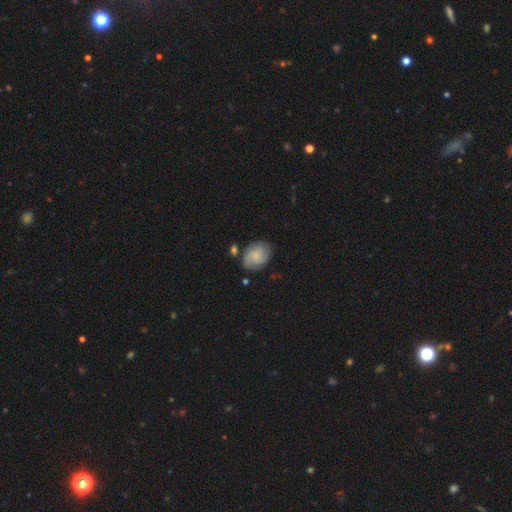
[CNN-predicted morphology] type=smooth (53%); roundness=in between (62%); merging=none (68%).